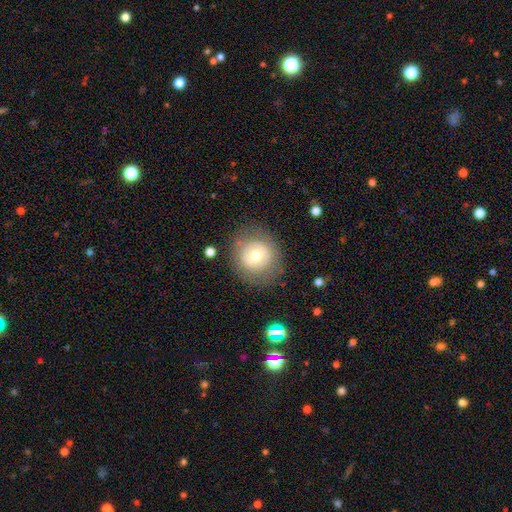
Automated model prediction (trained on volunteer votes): Smooth or featured? smooth (63%)
How rounded? round (91%)
Merging? none (81%)